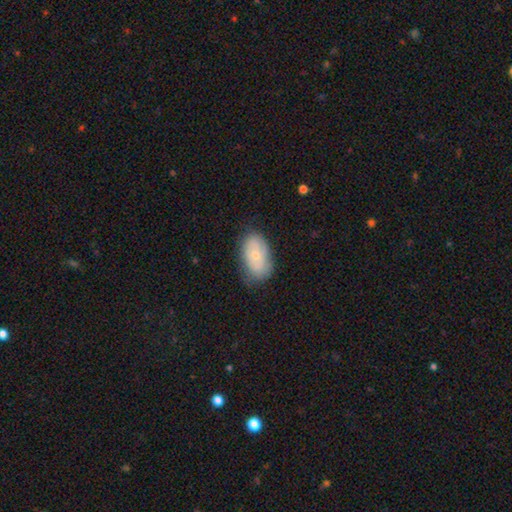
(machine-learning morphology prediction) Smooth or featured: smooth — 58% (featured or disk — 35%)
How rounded: in between — 91% (round — 7%)
Merging: none — 68% (minor disturbance — 24%)